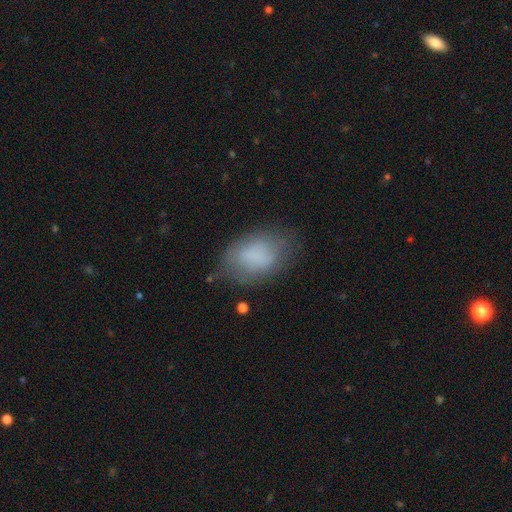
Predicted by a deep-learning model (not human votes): smooth_or_featured: smooth (p=0.75) [alt: featured or disk p=0.17]
how_rounded: in between (p=0.85) [alt: round p=0.13]
merging: none (p=0.62) [alt: minor disturbance p=0.25]